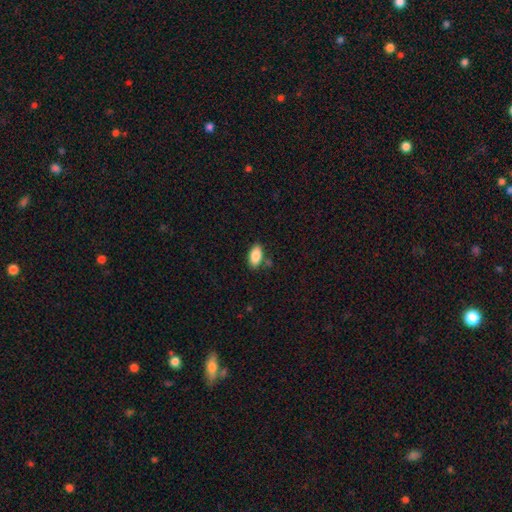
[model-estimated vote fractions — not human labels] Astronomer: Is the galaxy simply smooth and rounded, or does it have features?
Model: smooth — 87%.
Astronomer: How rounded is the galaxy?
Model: in between — 93%.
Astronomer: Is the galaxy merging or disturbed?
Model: none — 80%.